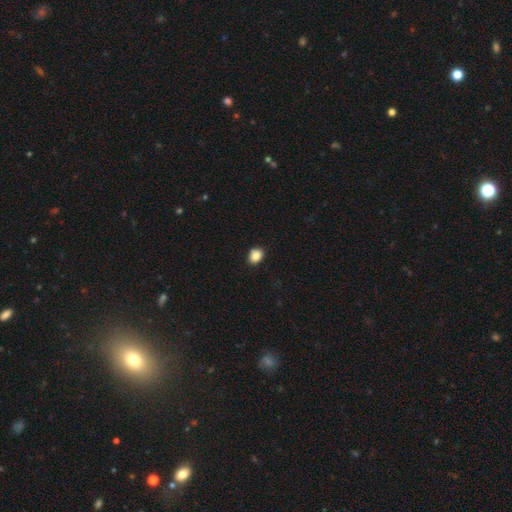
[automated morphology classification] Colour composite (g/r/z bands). It shows a smooth galaxy with no disk features (87%) that is in between round and cigar-shaped (57%). Merging: none (86%).